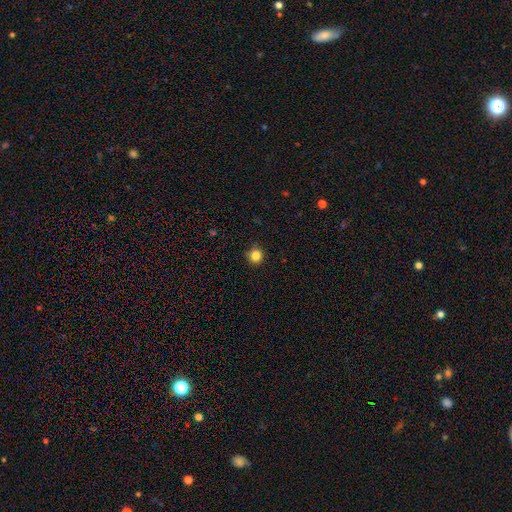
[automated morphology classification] smooth-or-featured: smooth: 84% | star or artifact: 12% | featured or disk: 4%
  how-rounded: round: 94% | in between: 5% | cigar-shaped: 1%
  merging: none: 88% | minor disturbance: 9% | major disturbance: 2% | merger: 1%